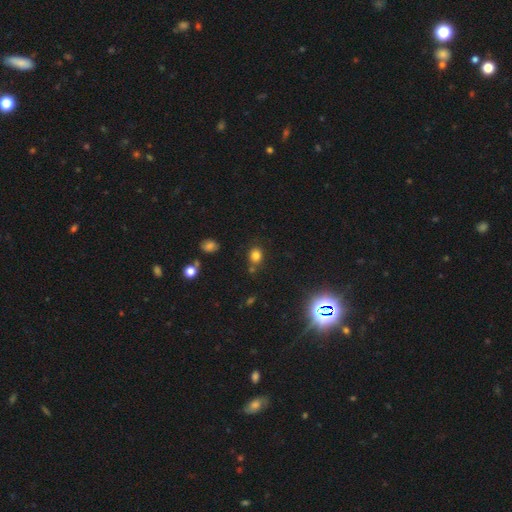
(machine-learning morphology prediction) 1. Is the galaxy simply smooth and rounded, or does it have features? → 77% smooth, 16% star or artifact, 6% featured or disk.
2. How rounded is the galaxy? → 63% round, 36% in between, 1% cigar-shaped.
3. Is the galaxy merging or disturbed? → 73% none, 13% minor disturbance, 10% merger, 4% major disturbance.